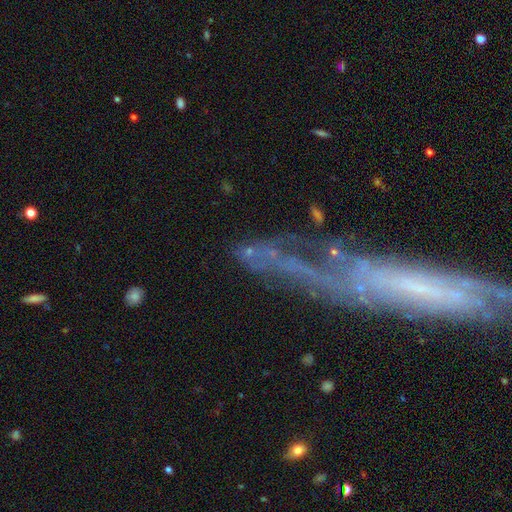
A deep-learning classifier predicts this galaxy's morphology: This is possibly a featured or disk galaxy (49%). Merging: marginally none (42%).